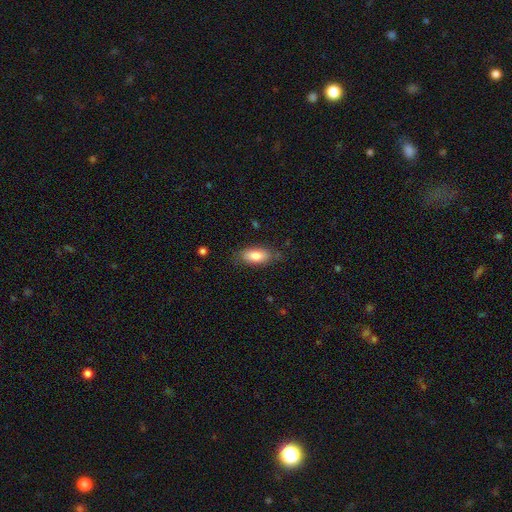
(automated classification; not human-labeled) This is clearly a smooth galaxy (83%). How rounded: clearly in between (87%). Merging: likely none (77%).